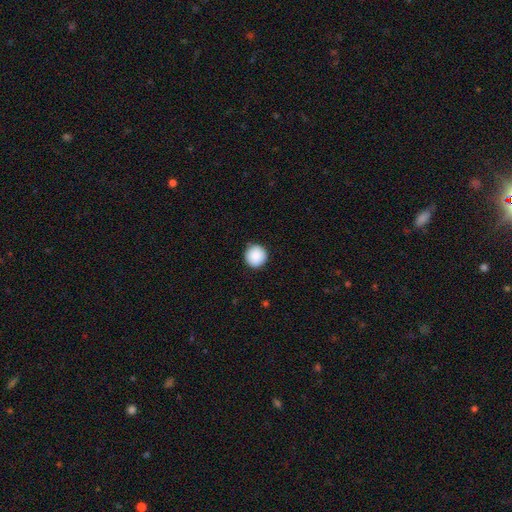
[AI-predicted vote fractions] A smooth galaxy with no disk features (89%) that is round (96%). Merging: none (90%).